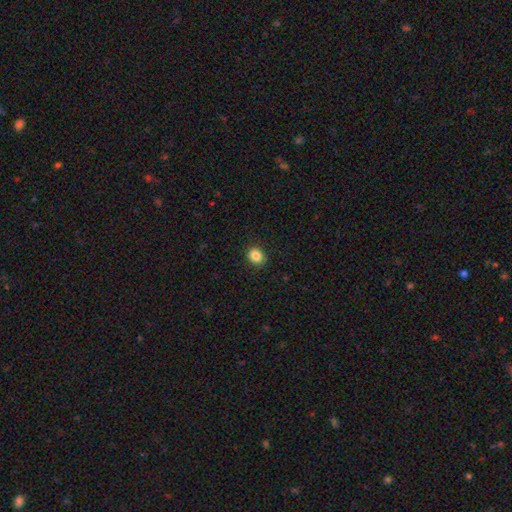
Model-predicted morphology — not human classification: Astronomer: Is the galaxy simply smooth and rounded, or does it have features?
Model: smooth — 85%.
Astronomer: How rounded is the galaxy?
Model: round — 62%.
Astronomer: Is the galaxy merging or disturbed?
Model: none — 90%.